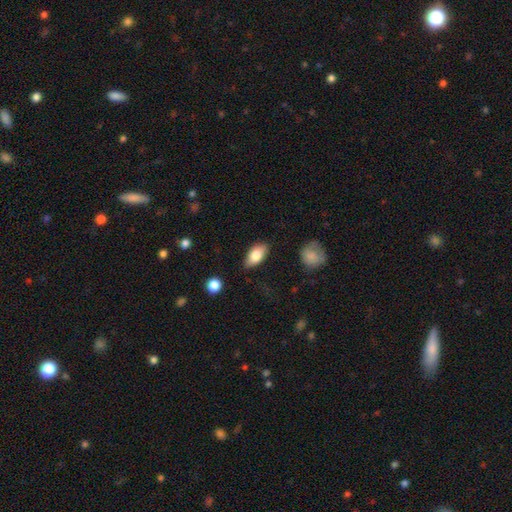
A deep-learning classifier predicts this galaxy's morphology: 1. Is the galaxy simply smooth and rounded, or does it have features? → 78% smooth, 15% featured or disk, 7% star or artifact.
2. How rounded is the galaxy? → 90% in between, 6% cigar-shaped, 4% round.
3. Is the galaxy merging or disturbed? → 82% none, 13% minor disturbance, 3% major disturbance, 2% merger.